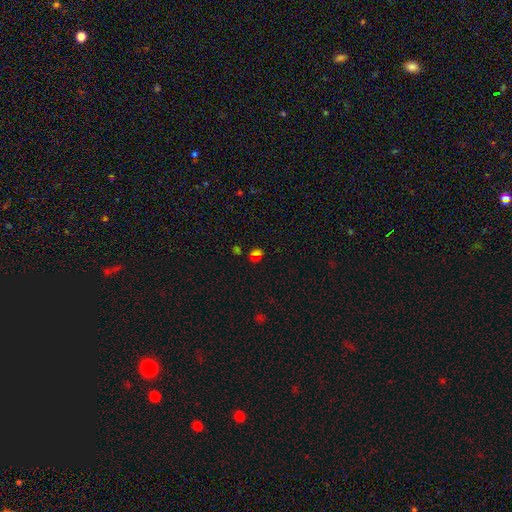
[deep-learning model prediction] smooth 49%, star or artifact 41%, featured or disk 10%. Down the decision tree: merging — none (74%).